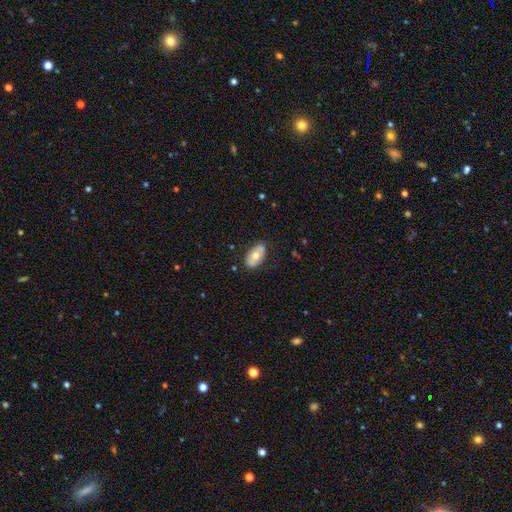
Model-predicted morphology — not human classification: This appears to be a smooth galaxy with no disk features (57%) that is in between round and cigar-shaped (93%). Merging: none (80%).